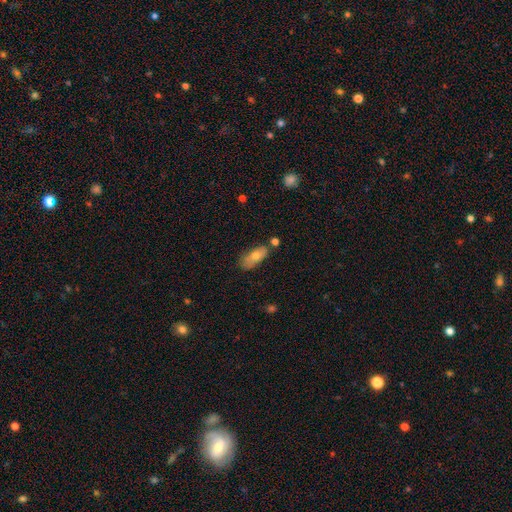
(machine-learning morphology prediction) Smooth or featured? smooth (70%)
How rounded? in between (78%)
Merging? none (60%)